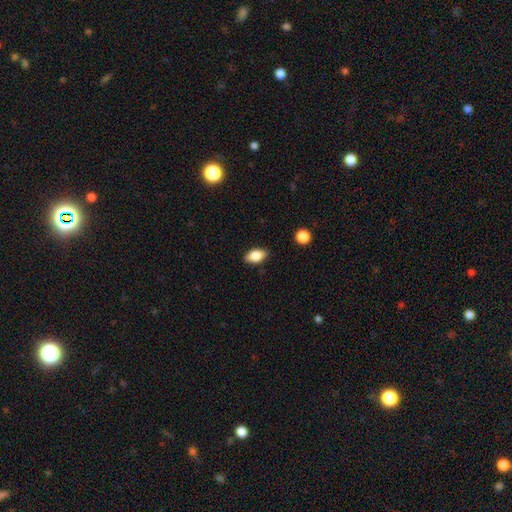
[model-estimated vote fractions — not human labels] smooth-or-featured: smooth: 78% | featured or disk: 14% | star or artifact: 8%
  how-rounded: in between: 88% | round: 8% | cigar-shaped: 4%
  merging: none: 85% | minor disturbance: 11% | major disturbance: 2% | merger: 1%